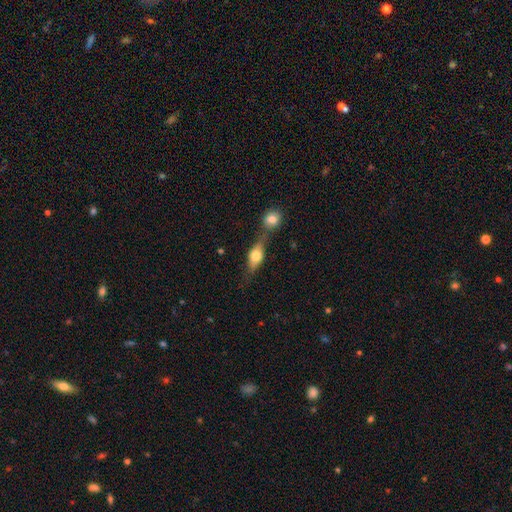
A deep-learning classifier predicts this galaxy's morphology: smooth-or-featured: smooth: 62% | featured or disk: 31% | star or artifact: 8%
  how-rounded: in between: 70% | cigar-shaped: 18% | round: 12%
  merging: merger: 43% | none: 39% | minor disturbance: 12% | major disturbance: 5%